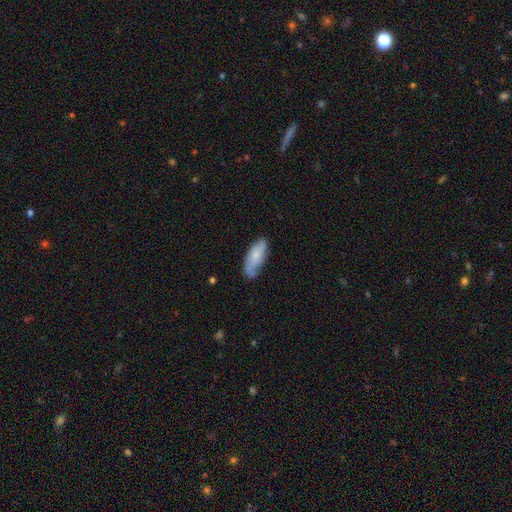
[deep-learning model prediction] Smooth or featured? smooth (61%)
How rounded? in between (75%)
Merging? none (58%)